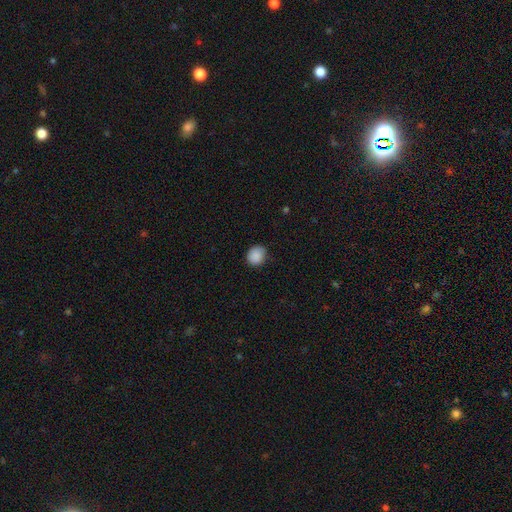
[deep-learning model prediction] Smooth or featured?
  - smooth: 89% *
  - star or artifact: 8%
  - featured or disk: 3%
How rounded?
  - round: 78% *
  - in between: 21%
  - cigar-shaped: 1%
Merging?
  - none: 81% *
  - minor disturbance: 16%
  - major disturbance: 3%
  - merger: 1%